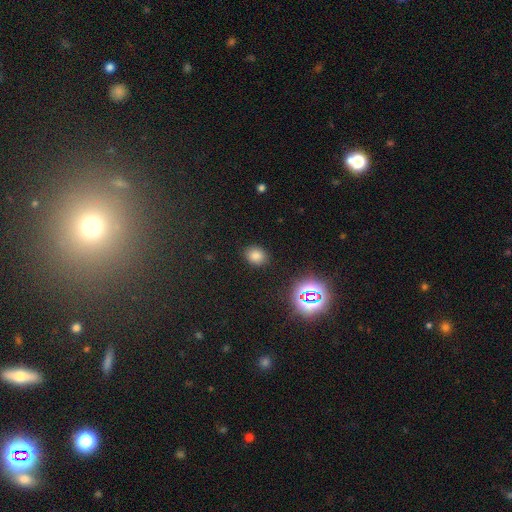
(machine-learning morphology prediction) A smooth galaxy with no disk features (76%) that is round (58%). Merging: none (87%).